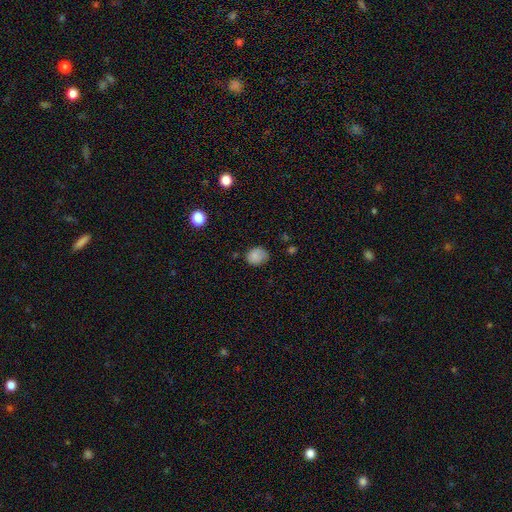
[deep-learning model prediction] Smooth or featured? smooth (82%)
How rounded? round (50%)
Merging? none (65%)